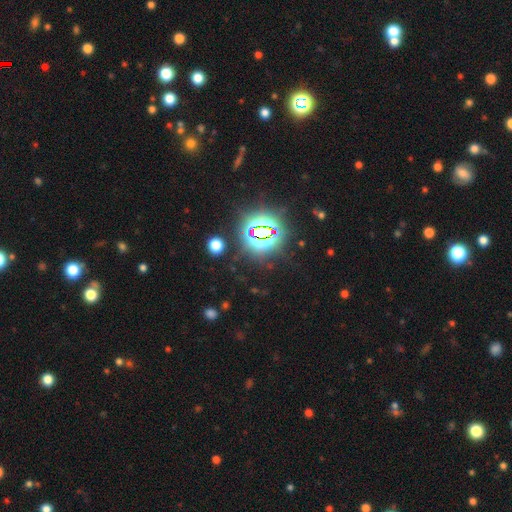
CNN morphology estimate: Smooth or featured? Predicted: star or artifact (p=0.77).